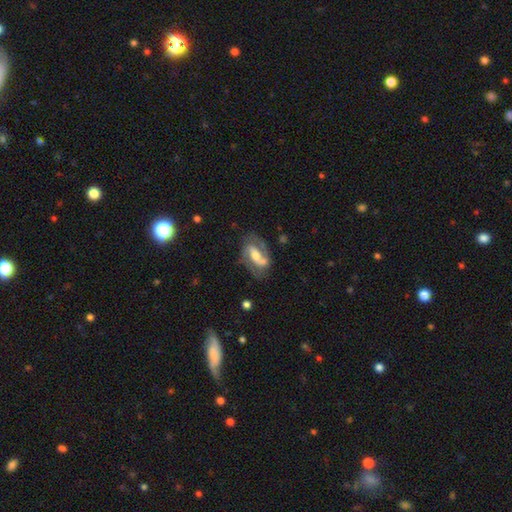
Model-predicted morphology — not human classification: A featured or disk galaxy (79%) with a weak bar (38%), 2 (84%) medium (49%) spiral arms (90%) and a moderate central bulge (59%). Merging: none (63%).